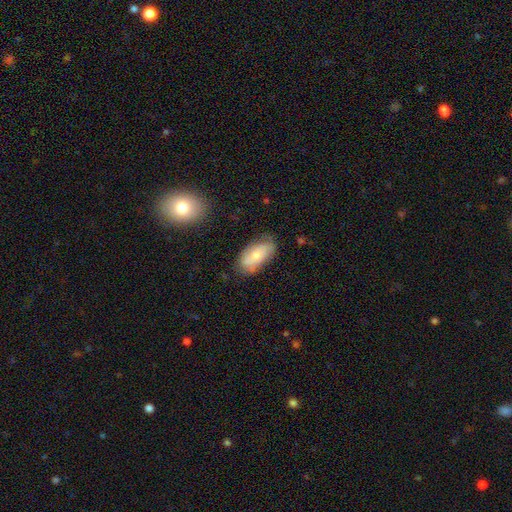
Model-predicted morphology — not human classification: smooth 59%, featured or disk 34%, star or artifact 7%. Down the decision tree: how rounded — in between (91%); merging — none (68%).